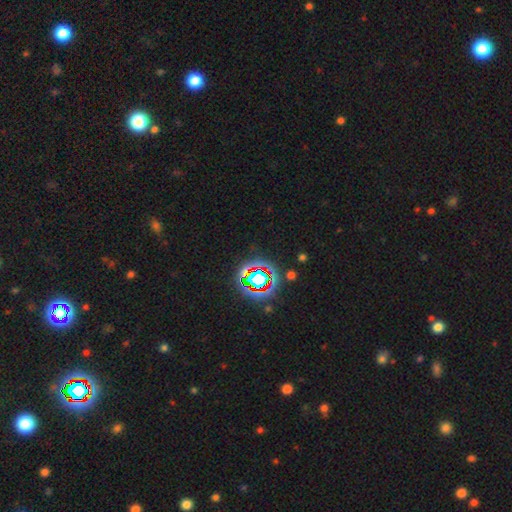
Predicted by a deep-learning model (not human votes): This appears to be a star or artifact, not a galaxy (77%).